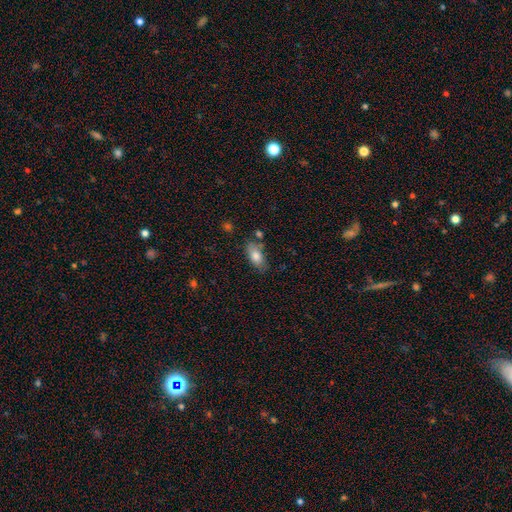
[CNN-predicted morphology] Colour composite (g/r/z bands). It shows a smooth galaxy with no disk features (79%) that is in between round and cigar-shaped (88%). Merging: none (67%).